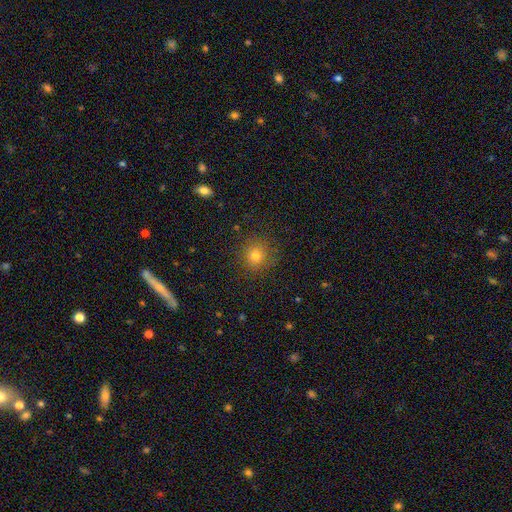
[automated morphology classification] type=smooth (77%); roundness=round (89%); merging=none (86%).